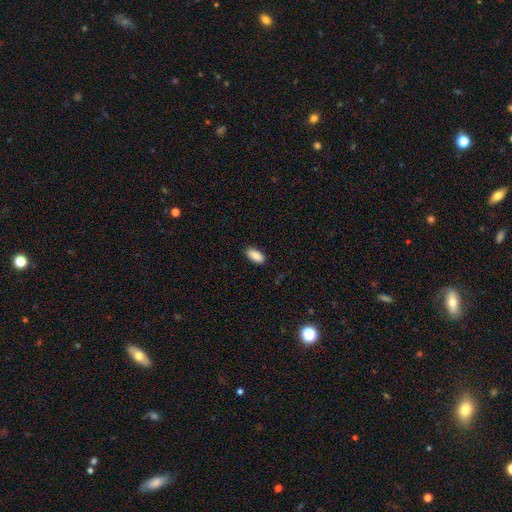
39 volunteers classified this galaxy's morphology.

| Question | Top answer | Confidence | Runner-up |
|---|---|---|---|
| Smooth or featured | smooth | 95% | featured or disk (3%) |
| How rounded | in between | 86% | cigar-shaped (11%) |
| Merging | none | 89% | minor disturbance (11%) |